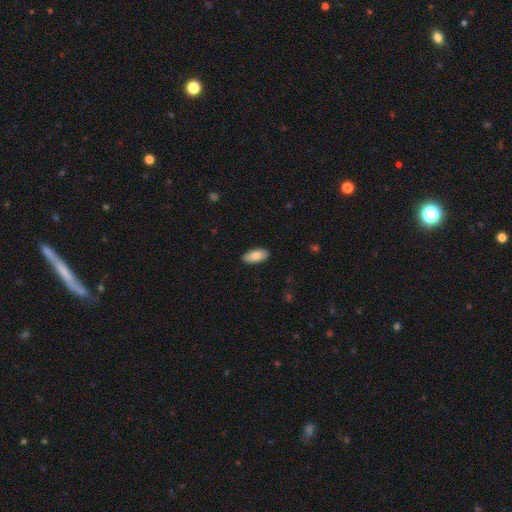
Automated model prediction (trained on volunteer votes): The model was most divided on "smooth or featured": smooth: 87%, featured or disk: 7%, star or artifact: 6%. More confident: how rounded — in between (93%); merging — none (88%).